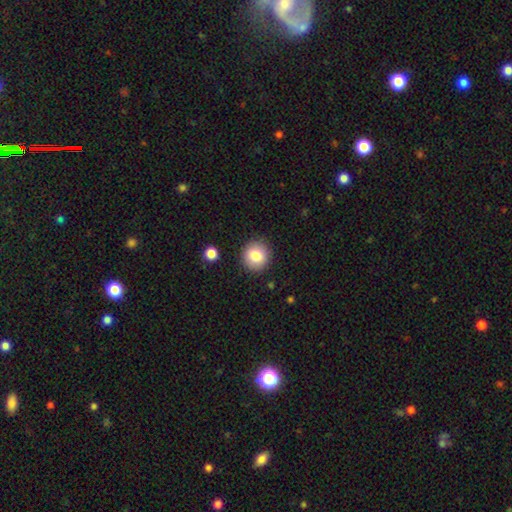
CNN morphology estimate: Smooth or featured: smooth — 82% (star or artifact — 9%)
How rounded: round — 90% (in between — 9%)
Merging: none — 89% (minor disturbance — 7%)